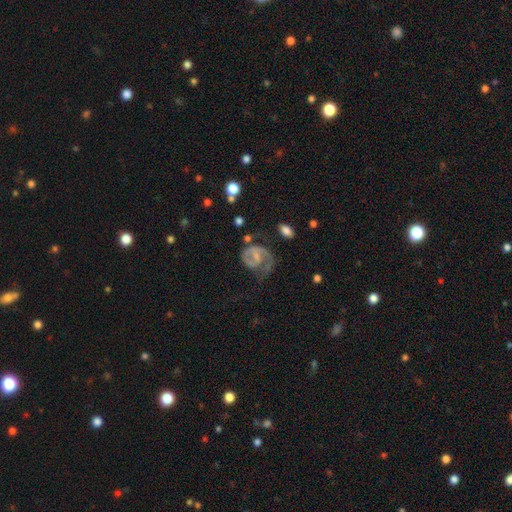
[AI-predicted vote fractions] Q: Smooth or featured?
A: featured or disk (77%); runner-up: smooth (17%)
Q: Edge-on disk?
A: no (98%); runner-up: yes (2%)
Q: Bar?
A: weak (44%); runner-up: no (43%)
Q: Spiral arms?
A: yes (86%); runner-up: no (14%)
Q: Spiral winding?
A: medium (44%); runner-up: tight (33%)
Q: Spiral arm count?
A: 2 (45%); runner-up: 1 (41%)
Q: Bulge size?
A: small (56%); runner-up: moderate (25%)
Q: Merging?
A: major disturbance (38%); runner-up: none (36%)